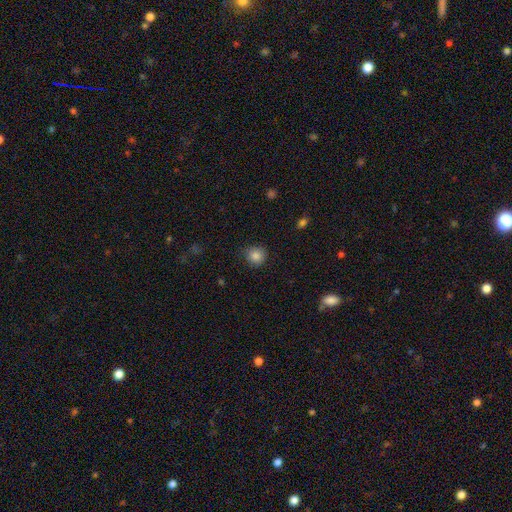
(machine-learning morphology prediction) Smooth or featured? smooth (85%)
How rounded? round (91%)
Merging? none (83%)